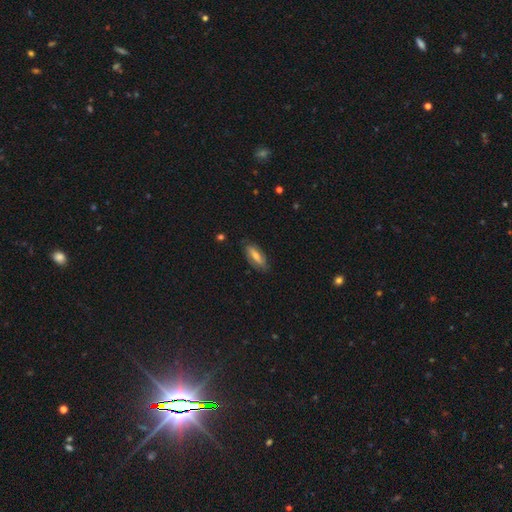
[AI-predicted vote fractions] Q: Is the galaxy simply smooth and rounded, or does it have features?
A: smooth — 48%.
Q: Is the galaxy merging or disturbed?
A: none — 80%.